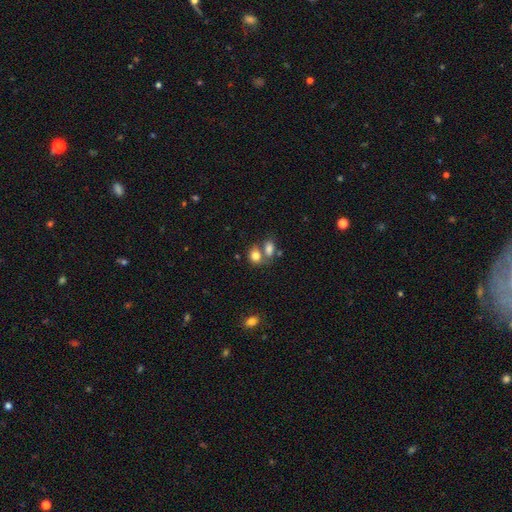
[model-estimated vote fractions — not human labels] smooth 80%, star or artifact 10%, featured or disk 9%. Down the decision tree: how rounded — in between (61%); merging — merger (46%).